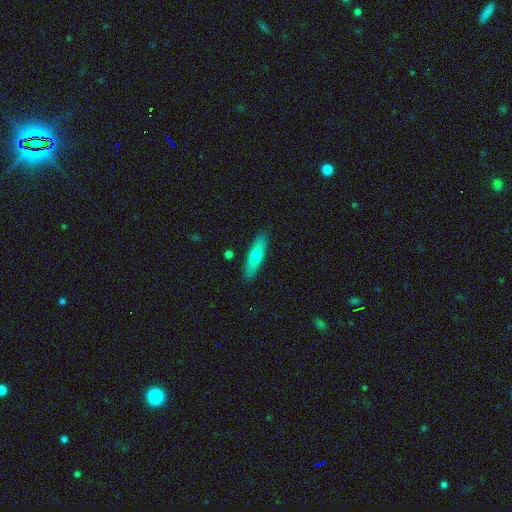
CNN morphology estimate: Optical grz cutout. It shows a smooth galaxy with no disk features (66%) that is cigar-shaped (72%). Merging: none (89%).